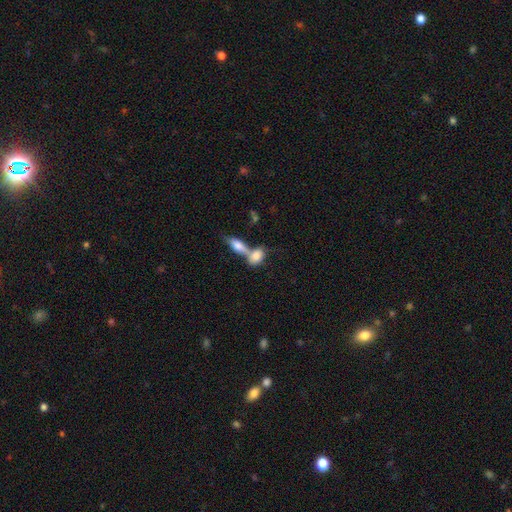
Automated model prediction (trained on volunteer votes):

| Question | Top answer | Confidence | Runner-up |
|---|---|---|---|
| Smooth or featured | smooth | 76% | featured or disk (17%) |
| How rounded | in between | 78% | round (14%) |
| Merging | merger | 64% | none (25%) |